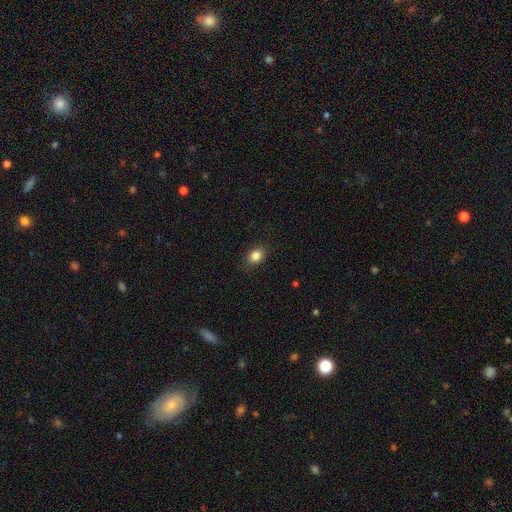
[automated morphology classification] Q: Smooth or featured?
A: smooth (85%); runner-up: star or artifact (10%)
Q: How rounded?
A: in between (56%); runner-up: round (42%)
Q: Merging?
A: none (84%); runner-up: minor disturbance (12%)